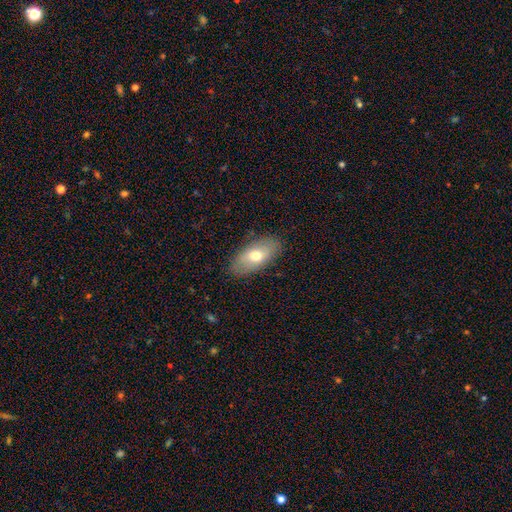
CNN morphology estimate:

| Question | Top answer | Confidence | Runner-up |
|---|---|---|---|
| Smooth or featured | smooth | 63% | featured or disk (30%) |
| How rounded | in between | 91% | cigar-shaped (5%) |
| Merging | none | 84% | minor disturbance (12%) |